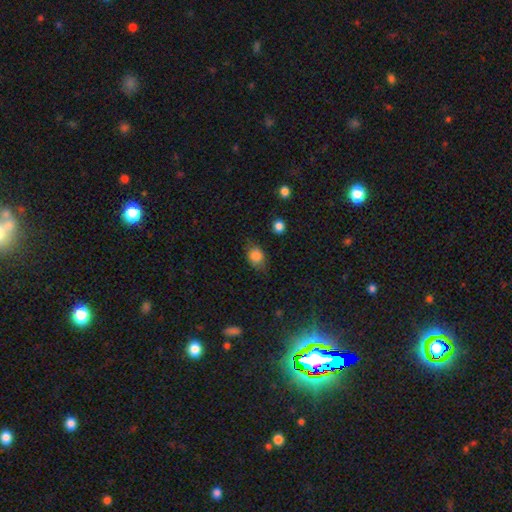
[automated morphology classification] Smooth or featured? Predicted: smooth (p=0.83). How rounded? Predicted: in between (p=0.60). Merging? Predicted: none (p=0.70).